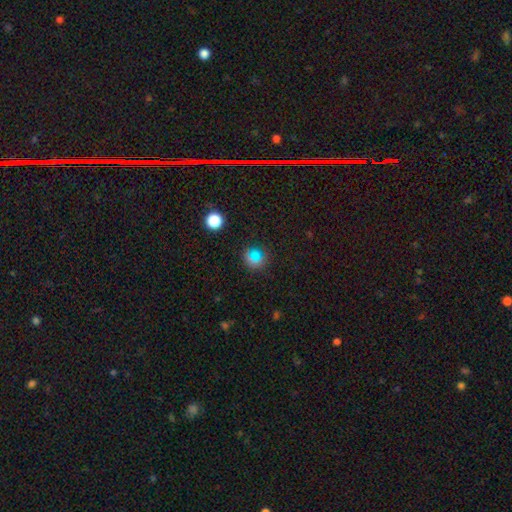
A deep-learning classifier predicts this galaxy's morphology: This is possibly a smooth galaxy (51%). How rounded: clearly round (91%). Merging: likely none (80%).